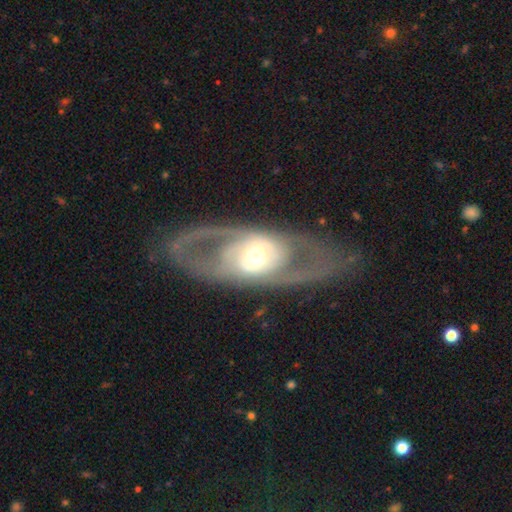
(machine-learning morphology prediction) Q: Smooth or featured?
A: featured or disk (82%); runner-up: smooth (13%)
Q: Edge-on disk?
A: no (89%); runner-up: yes (11%)
Q: Bar?
A: no (61%); runner-up: weak (25%)
Q: Spiral arms?
A: yes (66%); runner-up: no (34%)
Q: Bulge size?
A: moderate (65%); runner-up: large (17%)
Q: Merging?
A: none (73%); runner-up: major disturbance (13%)